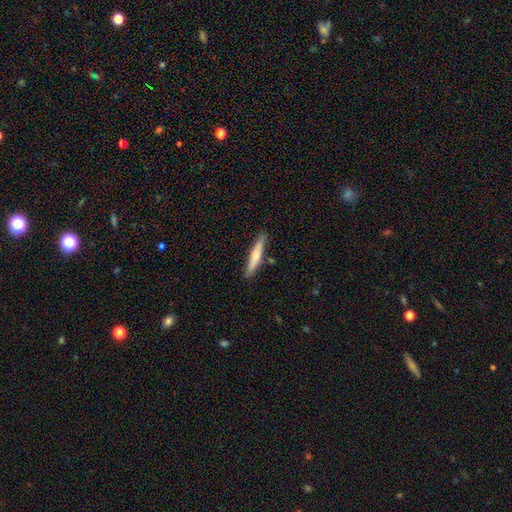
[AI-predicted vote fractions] A smooth galaxy with no disk features (56%) that is cigar-shaped (90%).

Vote fractions:
- Smooth or featured? smooth: 56% / featured or disk: 39% / star or artifact: 5%
- How rounded? cigar-shaped: 90% / in between: 8% / round: 1%
- Merging? none: 85% / minor disturbance: 10% / merger: 3% / major disturbance: 2%